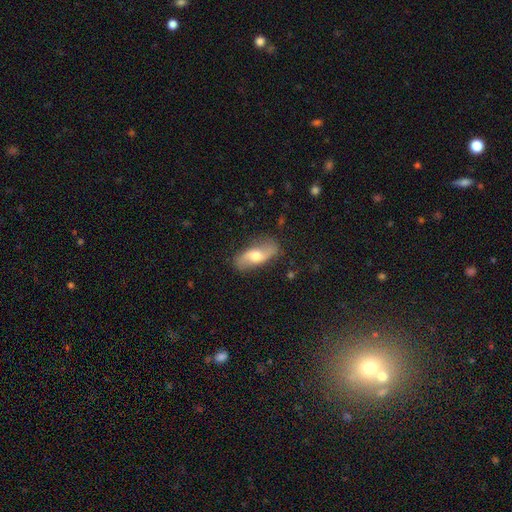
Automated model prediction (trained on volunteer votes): Smooth or featured?
  - featured or disk: 59% *
  - smooth: 35%
  - star or artifact: 6%
Edge-on disk?
  - no: 85% *
  - yes: 15%
Merging?
  - none: 80% *
  - minor disturbance: 14%
  - major disturbance: 4%
  - merger: 1%